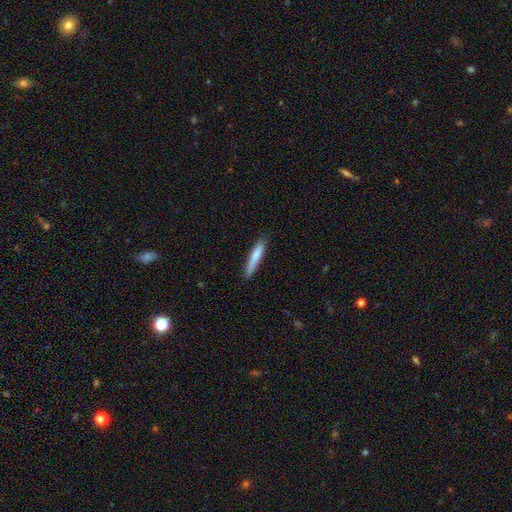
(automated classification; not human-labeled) Smooth or featured?
  - smooth: 78% *
  - featured or disk: 16%
  - star or artifact: 6%
How rounded?
  - cigar-shaped: 91% *
  - in between: 8%
  - round: 1%
Merging?
  - none: 81% *
  - minor disturbance: 15%
  - major disturbance: 2%
  - merger: 1%